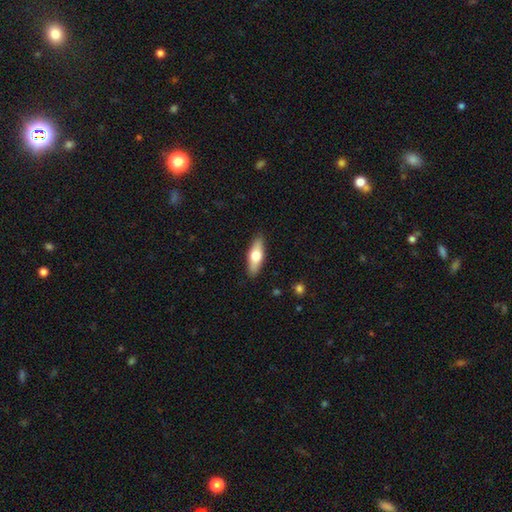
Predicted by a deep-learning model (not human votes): Overall: smooth (60%; featured or disk 34%). How rounded: in between (59%; cigar-shaped 38%). Merging: none (89%).